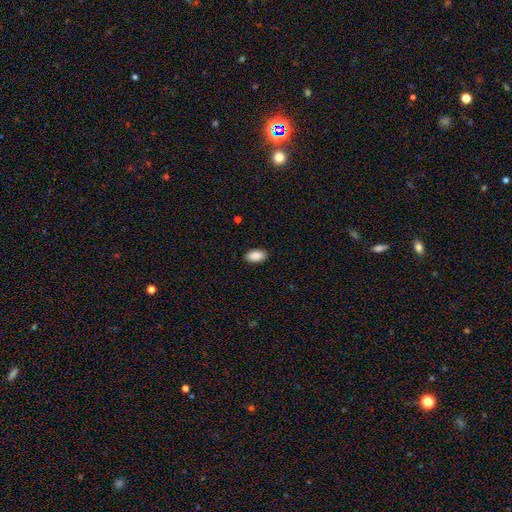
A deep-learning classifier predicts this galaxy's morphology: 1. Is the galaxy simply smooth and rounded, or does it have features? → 90% smooth, 7% star or artifact, 3% featured or disk.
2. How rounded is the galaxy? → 94% in between, 4% round, 2% cigar-shaped.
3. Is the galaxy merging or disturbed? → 89% none, 8% minor disturbance, 2% major disturbance, 1% merger.